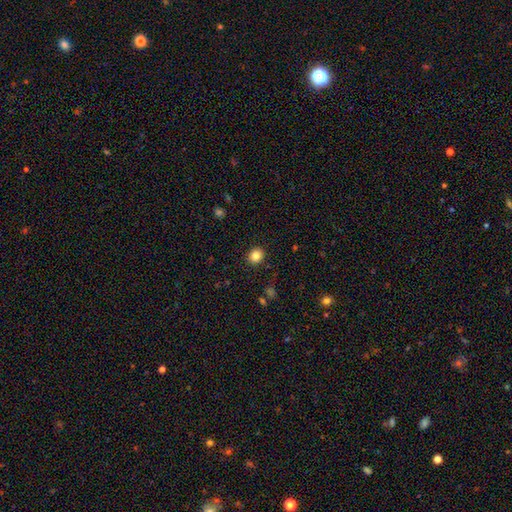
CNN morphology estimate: Smooth or featured: smooth — 84% (star or artifact — 11%)
How rounded: round — 69% (in between — 30%)
Merging: none — 90% (minor disturbance — 7%)